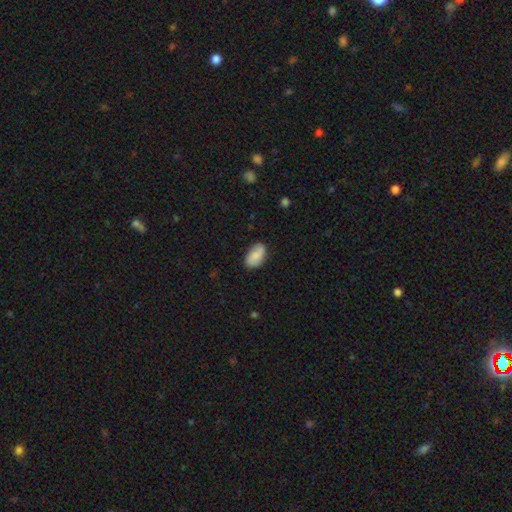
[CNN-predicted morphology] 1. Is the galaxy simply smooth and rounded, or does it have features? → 78% smooth, 15% featured or disk, 7% star or artifact.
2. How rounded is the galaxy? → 93% in between, 5% round, 2% cigar-shaped.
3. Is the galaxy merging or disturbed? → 78% none, 17% minor disturbance, 3% major disturbance, 1% merger.